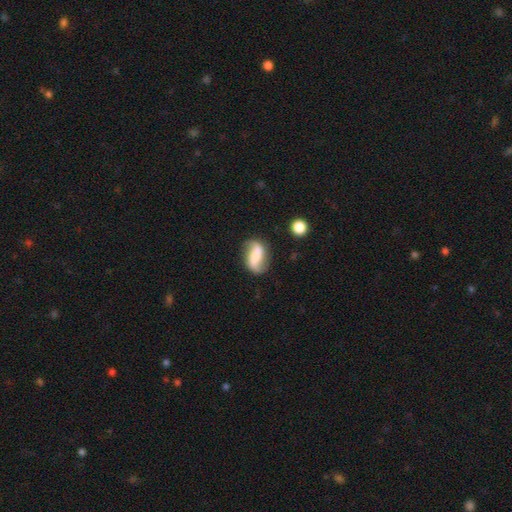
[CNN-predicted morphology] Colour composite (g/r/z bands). It shows a featured or disk galaxy (61%) with a strong bar (41%), 2 (90%) loose (77%) spiral arms (90%) and no central bulge (37%). Merging: none (71%).